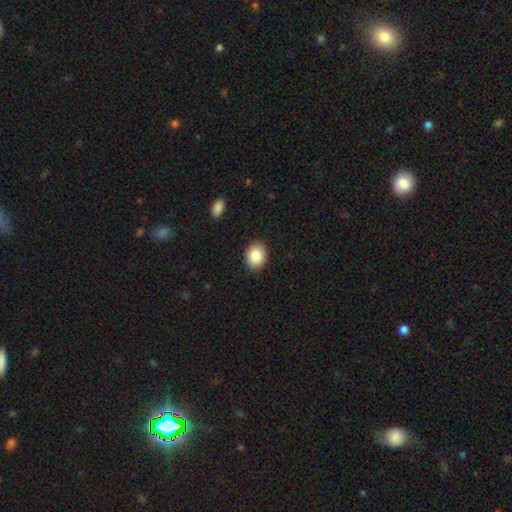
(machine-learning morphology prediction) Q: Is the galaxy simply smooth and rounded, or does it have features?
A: smooth — 86%.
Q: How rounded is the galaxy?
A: in between — 51%.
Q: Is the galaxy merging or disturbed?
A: none — 89%.